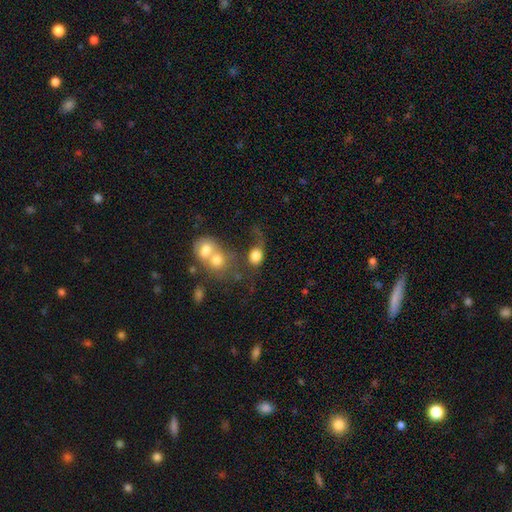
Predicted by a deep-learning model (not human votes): Q: Smooth or featured?
A: smooth (77%); runner-up: featured or disk (13%)
Q: How rounded?
A: in between (50%); runner-up: round (48%)
Q: Merging?
A: merger (34%); runner-up: none (29%)